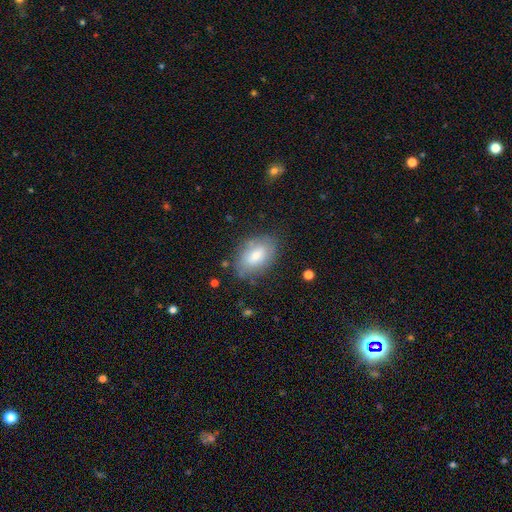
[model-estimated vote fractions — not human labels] Q: Smooth or featured?
A: smooth (71%); runner-up: featured or disk (22%)
Q: How rounded?
A: in between (89%); runner-up: round (9%)
Q: Merging?
A: none (71%); runner-up: minor disturbance (20%)